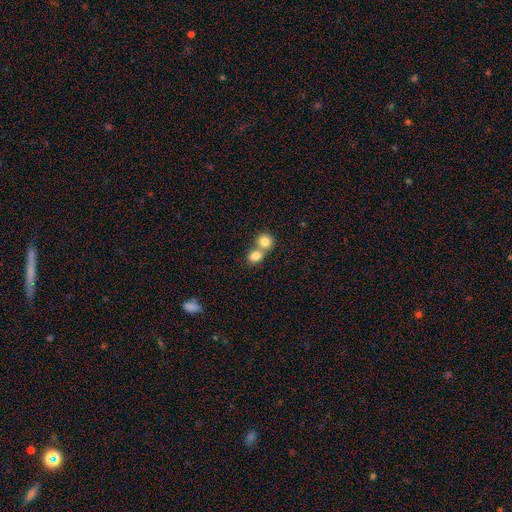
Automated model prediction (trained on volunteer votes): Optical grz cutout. It shows a smooth galaxy with no disk features (81%) that is round (71%). Merging: merger (58%).